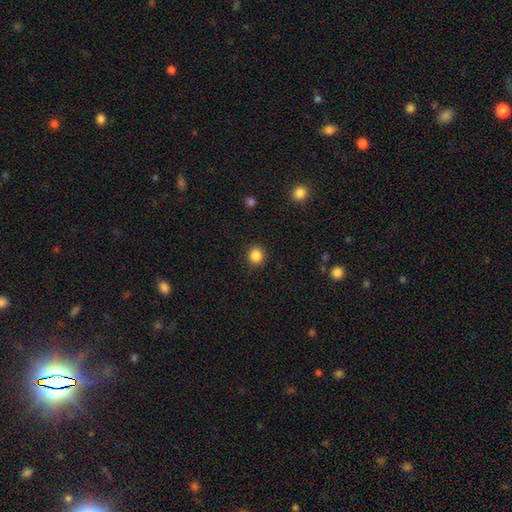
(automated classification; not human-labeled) A smooth galaxy with no disk features (85%) that is round (89%).

Vote fractions:
- Smooth or featured? smooth: 85% / star or artifact: 11% / featured or disk: 4%
- How rounded? round: 89% / in between: 10% / cigar-shaped: 1%
- Merging? none: 91% / minor disturbance: 6% / major disturbance: 2% / merger: 1%